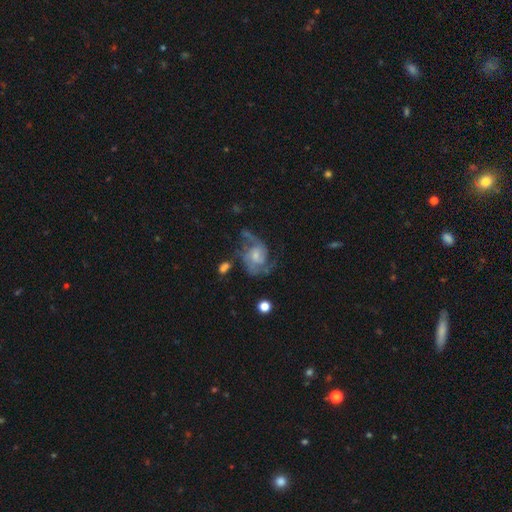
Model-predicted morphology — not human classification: Smooth or featured? featured or disk (81%)
Edge-on disk? no (98%)
Bar? no (59%)
Spiral arms? yes (94%)
Spiral winding? medium (50%)
Spiral arm count? 2 (66%)
Bulge size? small (48%)
Merging? none (57%)